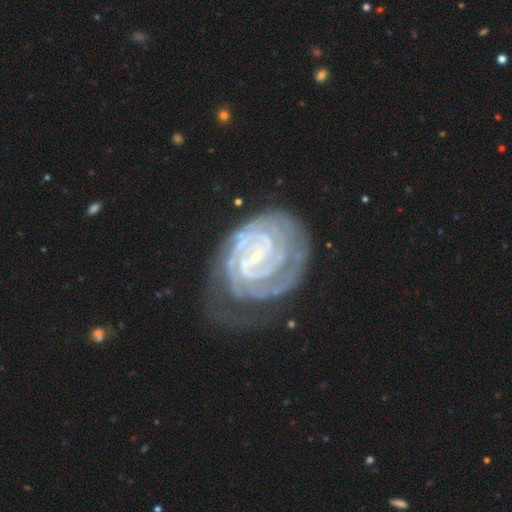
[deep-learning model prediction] Overall: featured or disk (90%). Edge-on disk: no (98%). Bar: weak (43%; no 36%). Spiral arms: yes (98%). Spiral arm count: 2 (38%; can't tell 22%). Spiral winding: tight (80%). Bulge size: small (83%). Merging: none (57%; minor disturbance 25%).